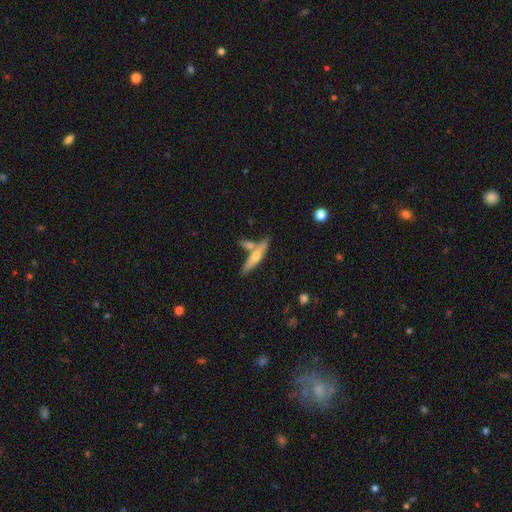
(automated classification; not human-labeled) Smooth or featured? smooth (51%)
How rounded? cigar-shaped (82%)
Merging? none (57%)